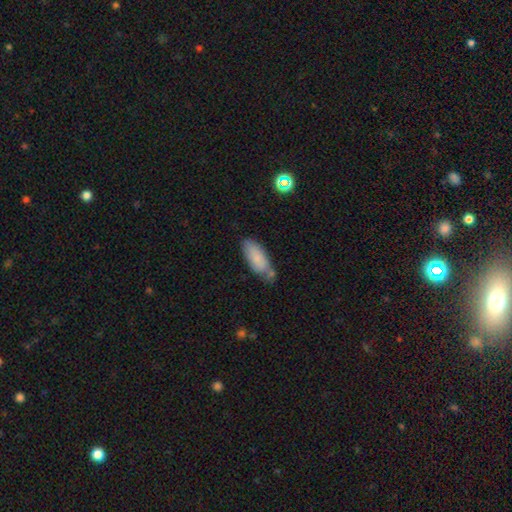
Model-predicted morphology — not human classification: A smooth galaxy with no disk features (82%) that is in between round and cigar-shaped (75%).

Vote fractions:
- Smooth or featured? smooth: 82% / featured or disk: 11% / star or artifact: 7%
- How rounded? in between: 75% / cigar-shaped: 23% / round: 2%
- Merging? none: 52% / minor disturbance: 29% / merger: 12% / major disturbance: 7%